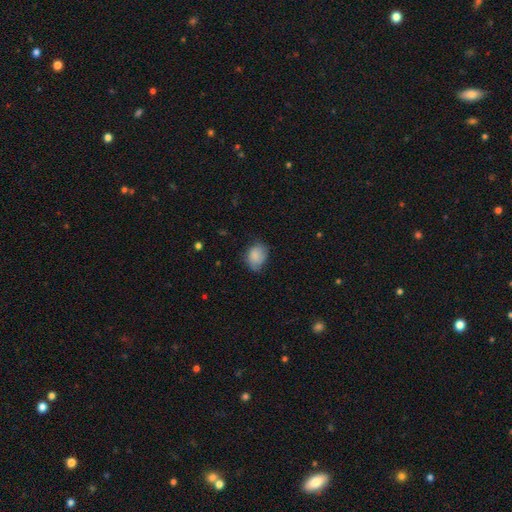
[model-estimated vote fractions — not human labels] This appears to be a smooth galaxy with no disk features (84%) that is in between round and cigar-shaped (63%). Merging: none (60%).